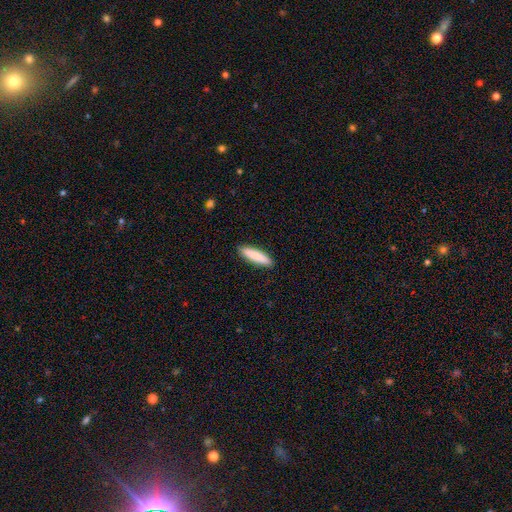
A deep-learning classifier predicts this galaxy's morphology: Smooth or featured: smooth — 85% (featured or disk — 10%)
How rounded: cigar-shaped — 80% (in between — 19%)
Merging: none — 91% (minor disturbance — 7%)